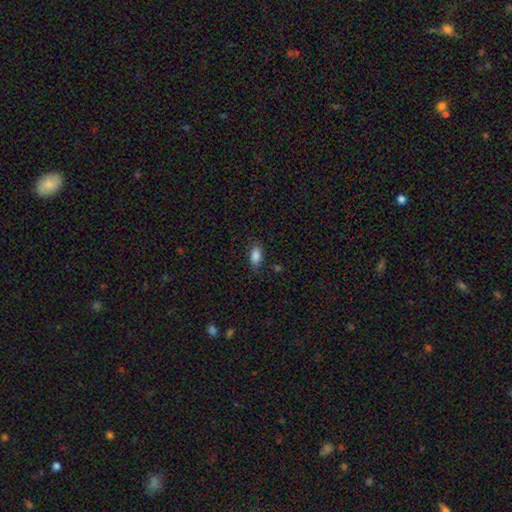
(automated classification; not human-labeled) Morphology: type=smooth (86%); roundness=in between (88%); merging=none (82%).